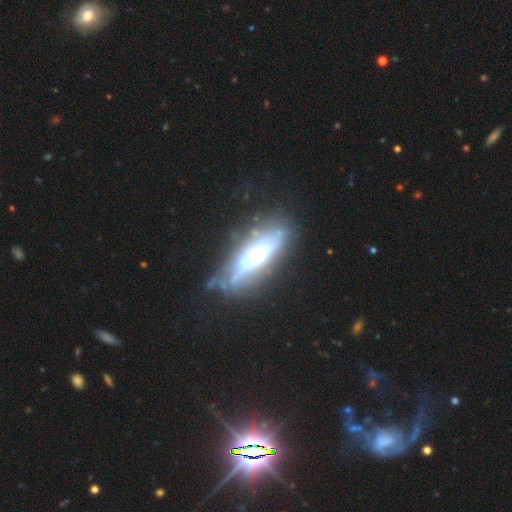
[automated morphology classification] type=featured or disk (76%); edge-on=no (64%); merging=none (55%).